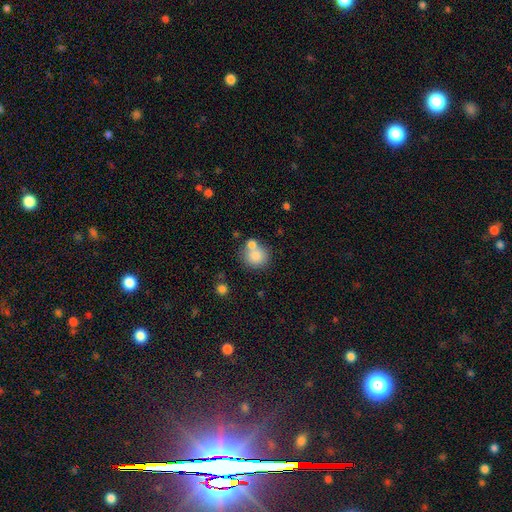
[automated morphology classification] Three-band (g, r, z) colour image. It shows a smooth galaxy with no disk features (81%) that is round (86%). Merging: none (57%).